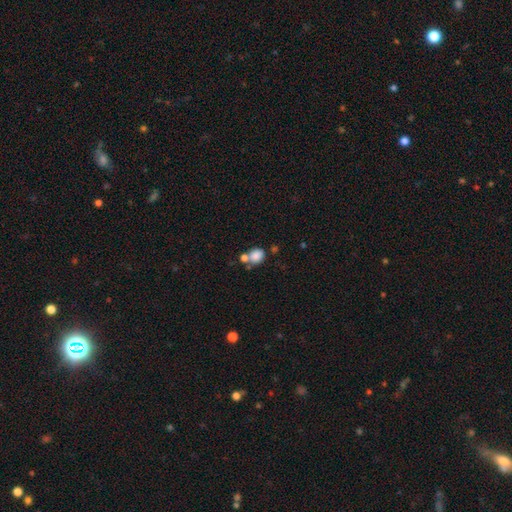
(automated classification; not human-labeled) A smooth galaxy with no disk features (83%) that is round (60%). Merging: none (46%).